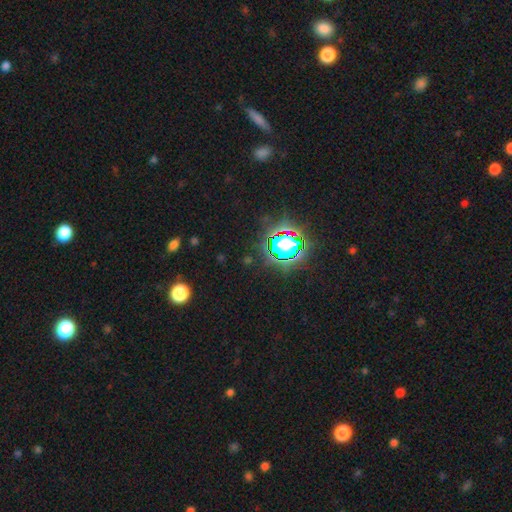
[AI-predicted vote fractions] Overall: star or artifact (80%).